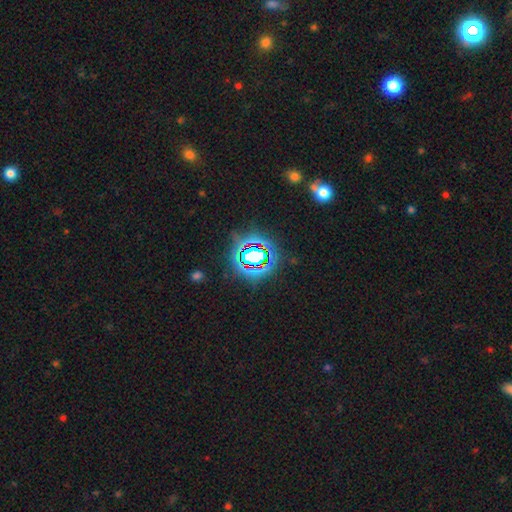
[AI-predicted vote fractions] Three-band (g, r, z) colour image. It shows a star or artifact, not a galaxy (73%).